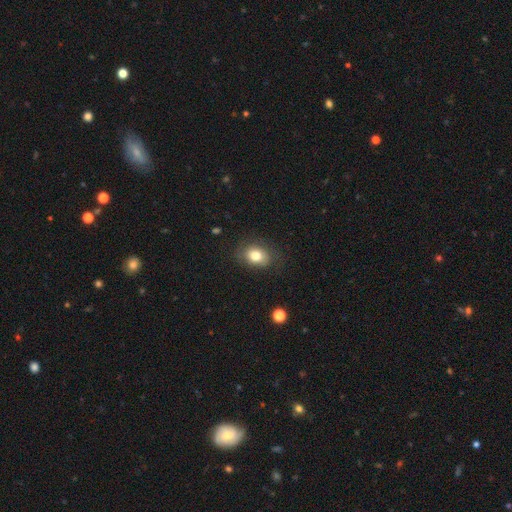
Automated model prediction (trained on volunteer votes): smooth 78%, featured or disk 12%, star or artifact 10%. Down the decision tree: how rounded — in between (64%); merging — none (76%).